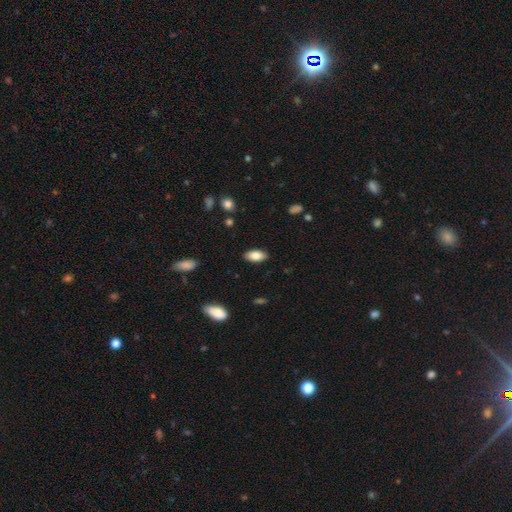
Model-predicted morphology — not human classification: smooth_or_featured: smooth (p=0.82) [alt: featured or disk p=0.11]
how_rounded: in between (p=0.90) [alt: cigar-shaped p=0.07]
merging: none (p=0.88) [alt: minor disturbance p=0.09]